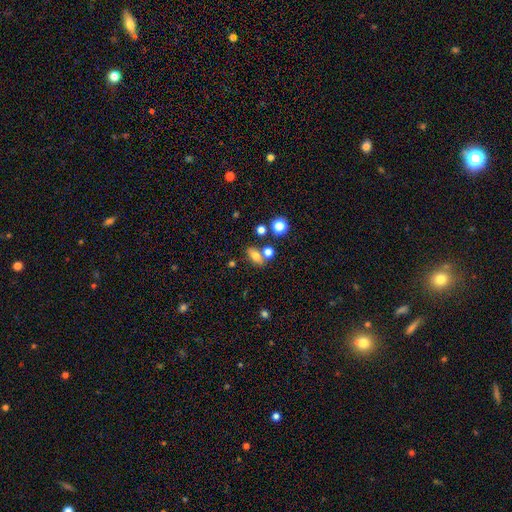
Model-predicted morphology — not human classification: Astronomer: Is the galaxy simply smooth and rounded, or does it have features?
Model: smooth — 71%.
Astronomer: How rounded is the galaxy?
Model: in between — 76%.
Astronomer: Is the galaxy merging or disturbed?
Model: none — 61%.